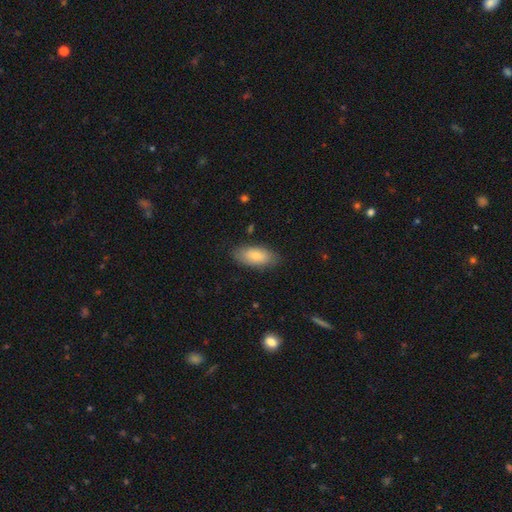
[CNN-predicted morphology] Smooth or featured?
  - smooth: 79% *
  - featured or disk: 15%
  - star or artifact: 6%
How rounded?
  - in between: 88% *
  - cigar-shaped: 10%
  - round: 2%
Merging?
  - none: 83% *
  - minor disturbance: 13%
  - major disturbance: 3%
  - merger: 1%